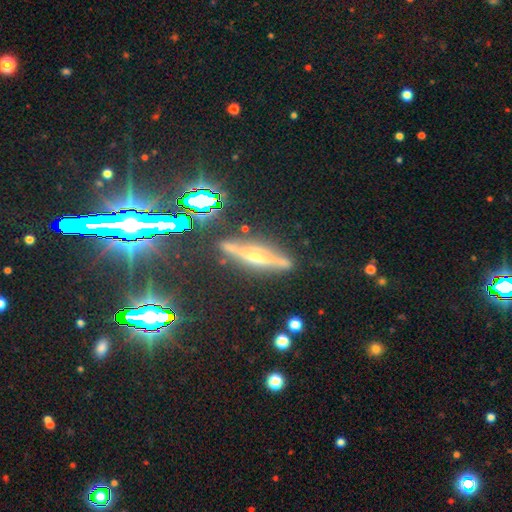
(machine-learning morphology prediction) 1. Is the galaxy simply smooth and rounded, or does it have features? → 65% featured or disk, 18% star or artifact, 18% smooth.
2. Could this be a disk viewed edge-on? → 92% yes, 8% no.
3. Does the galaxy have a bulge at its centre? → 85% rounded, 8% boxy, 7% none.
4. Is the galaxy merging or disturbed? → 82% none, 12% minor disturbance, 3% merger, 3% major disturbance.